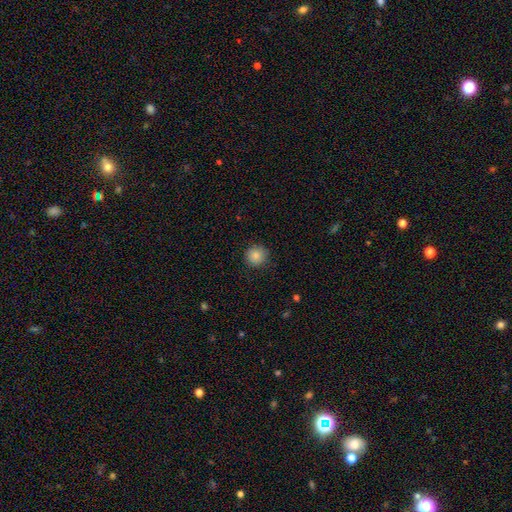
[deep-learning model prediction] This is clearly a smooth galaxy (85%). How rounded: clearly round (94%). Merging: clearly none (88%).